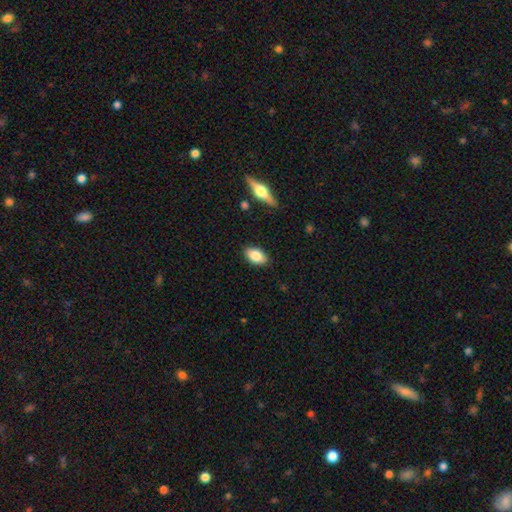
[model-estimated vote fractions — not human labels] smooth_or_featured: smooth (p=0.83) [alt: featured or disk p=0.11]
how_rounded: in between (p=0.91) [alt: round p=0.06]
merging: none (p=0.87) [alt: minor disturbance p=0.09]